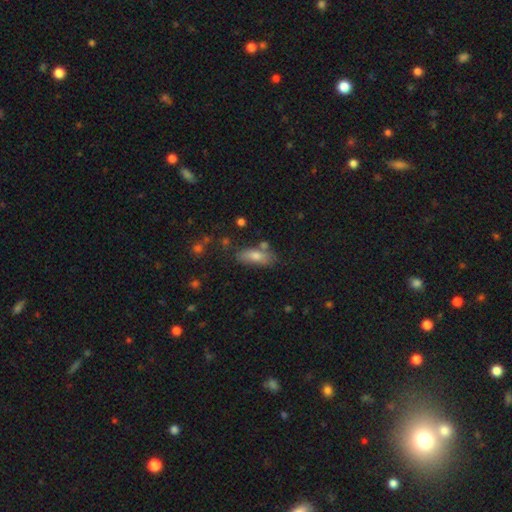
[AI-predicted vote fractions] The model was most divided on "merging": none: 64%, minor disturbance: 19%, merger: 11%, major disturbance: 6%. More confident: how rounded — in between (74%); smooth or featured — smooth (74%).